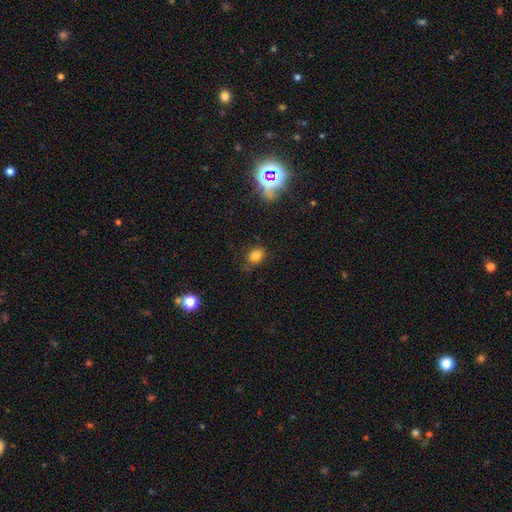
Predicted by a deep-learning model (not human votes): This is likely a smooth galaxy (79%). How rounded: possibly in between (50%). Merging: likely none (73%).